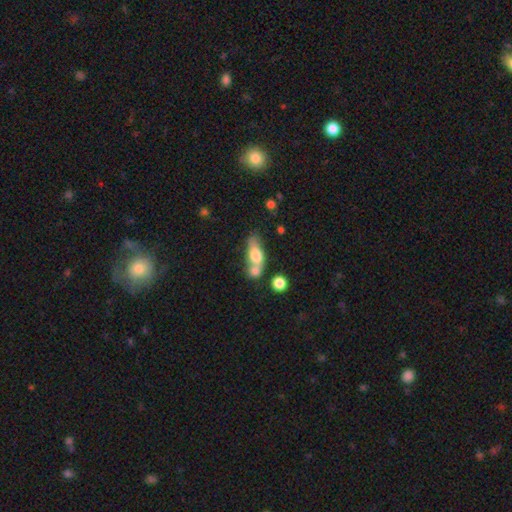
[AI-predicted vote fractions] Q: Smooth or featured?
A: smooth (63%); runner-up: featured or disk (29%)
Q: How rounded?
A: in between (64%); runner-up: cigar-shaped (25%)
Q: Merging?
A: merger (46%); runner-up: none (33%)